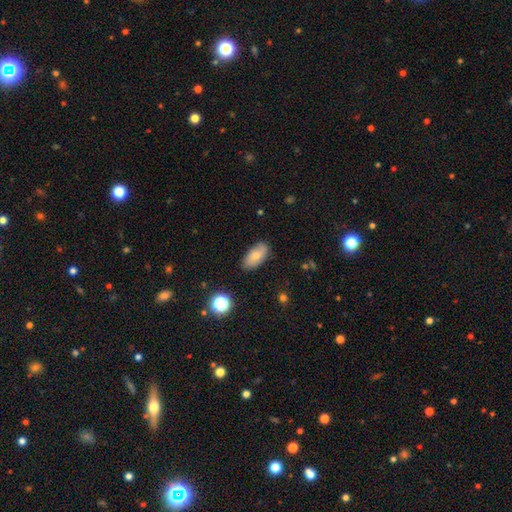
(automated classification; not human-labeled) The model was most divided on "smooth or featured": smooth: 67%, featured or disk: 24%, star or artifact: 9%. More confident: how rounded — in between (91%); merging — none (77%).